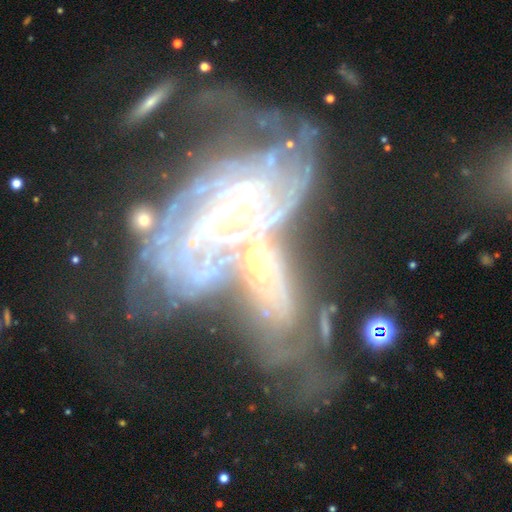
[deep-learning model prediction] Smooth or featured? featured or disk (83%)
Edge-on disk? no (94%)
Bar? no (64%)
Spiral arms? yes (89%)
Spiral winding? tight (63%)
Spiral arm count? can't tell (46%)
Bulge size? small (68%)
Merging? merger (52%)